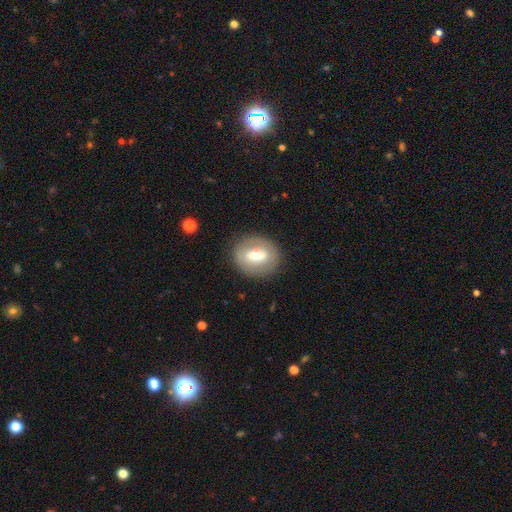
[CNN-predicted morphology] This appears to be a featured or disk galaxy (51%). Merging: none (80%).